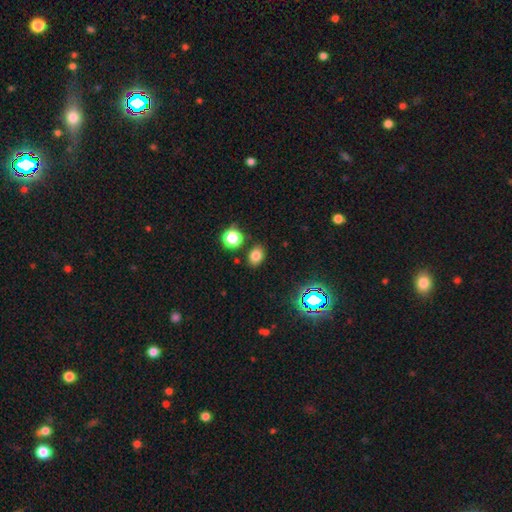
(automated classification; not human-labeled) smooth 76%, star or artifact 17%, featured or disk 7%. Down the decision tree: how rounded — in between (64%); merging — none (82%).